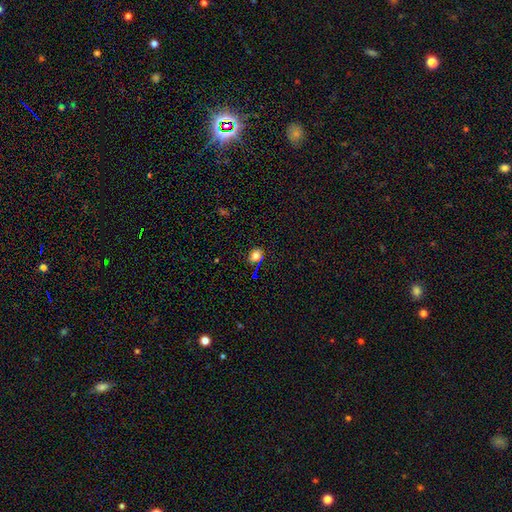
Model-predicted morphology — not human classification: smooth_or_featured: smooth (p=0.72) [alt: star or artifact p=0.19]
how_rounded: in between (p=0.53) [alt: round p=0.45]
merging: none (p=0.82) [alt: minor disturbance p=0.12]